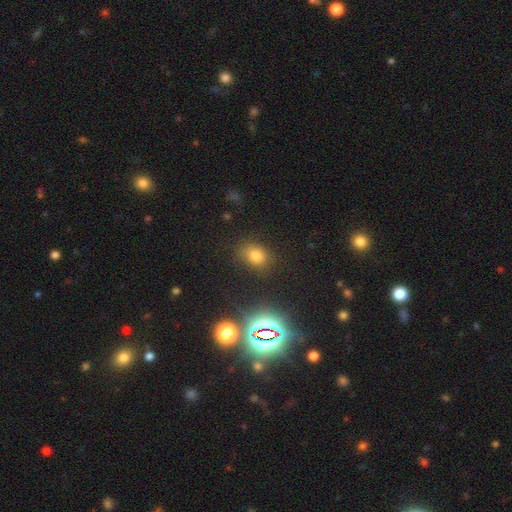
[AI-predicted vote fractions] This is likely a smooth galaxy (72%). How rounded: possibly in between (56%). Merging: likely none (79%).